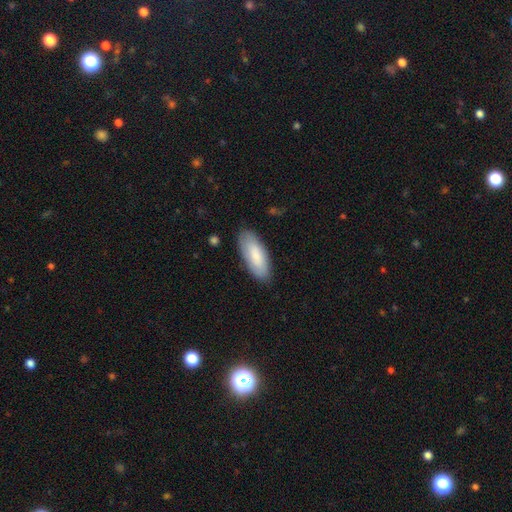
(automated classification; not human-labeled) A smooth galaxy with no disk features (82%) that is in between round and cigar-shaped (80%).

Vote fractions:
- Smooth or featured? smooth: 82% / featured or disk: 13% / star or artifact: 5%
- How rounded? in between: 80% / cigar-shaped: 18% / round: 1%
- Merging? none: 84% / minor disturbance: 12% / major disturbance: 3% / merger: 1%